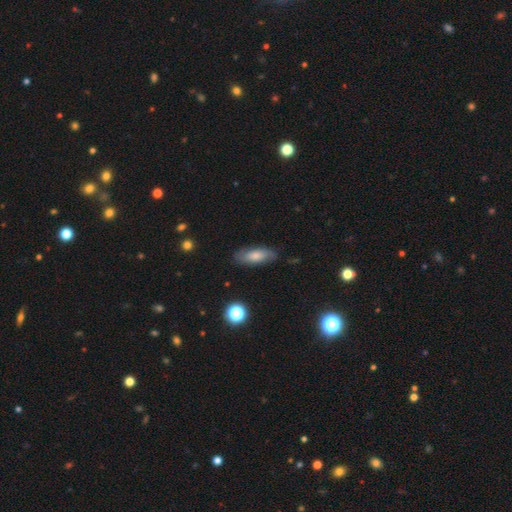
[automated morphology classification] smooth-or-featured: smooth: 66% | featured or disk: 26% | star or artifact: 8%
  how-rounded: in between: 74% | cigar-shaped: 23% | round: 3%
  merging: none: 79% | minor disturbance: 16% | major disturbance: 4% | merger: 1%